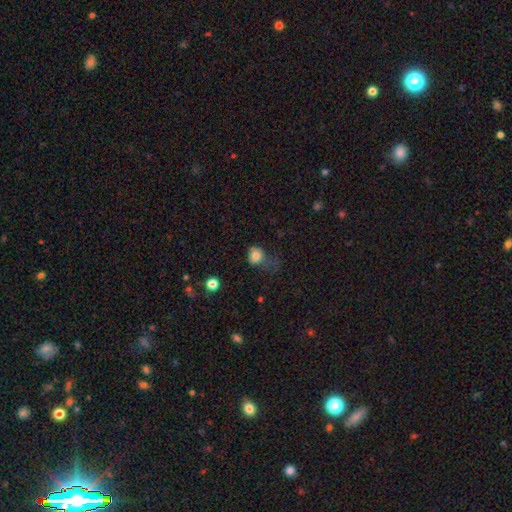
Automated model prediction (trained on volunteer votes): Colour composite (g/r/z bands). It shows a smooth galaxy with no disk features (78%) that is round (65%). Merging: major disturbance (35%).